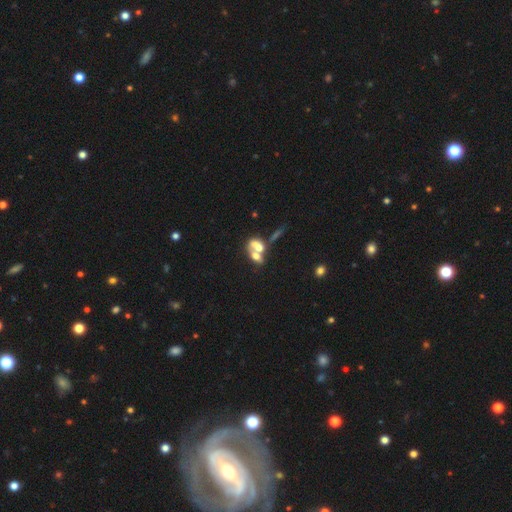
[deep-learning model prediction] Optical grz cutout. It shows a smooth galaxy with no disk features (48%). Merging: merger (69%).